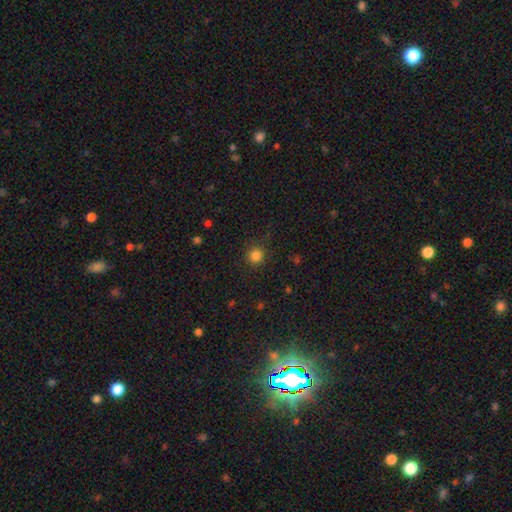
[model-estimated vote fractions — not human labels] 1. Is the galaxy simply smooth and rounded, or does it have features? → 83% smooth, 13% star or artifact, 4% featured or disk.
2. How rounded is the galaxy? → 95% round, 4% in between, 1% cigar-shaped.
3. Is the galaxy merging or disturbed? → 89% none, 7% minor disturbance, 3% major disturbance, 1% merger.